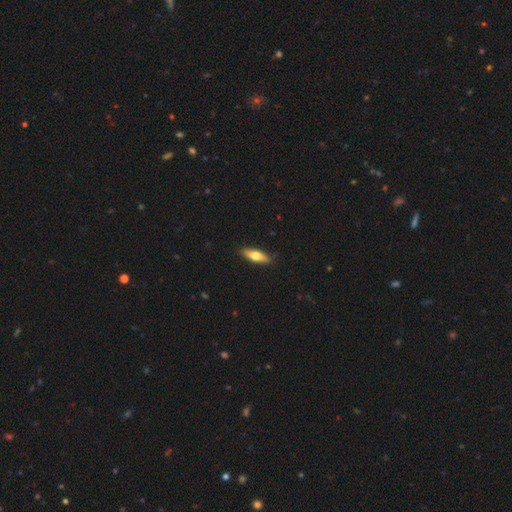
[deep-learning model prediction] smooth-or-featured: smooth: 59% | featured or disk: 36% | star or artifact: 6%
  how-rounded: cigar-shaped: 51% | in between: 47% | round: 3%
  merging: none: 89% | minor disturbance: 9% | major disturbance: 2% | merger: 1%